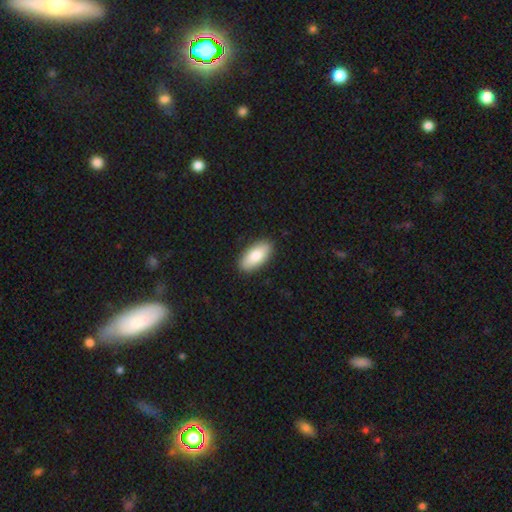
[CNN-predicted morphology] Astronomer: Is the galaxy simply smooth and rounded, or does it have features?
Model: smooth — 85%.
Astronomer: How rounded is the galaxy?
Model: in between — 90%.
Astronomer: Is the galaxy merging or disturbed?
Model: none — 89%.